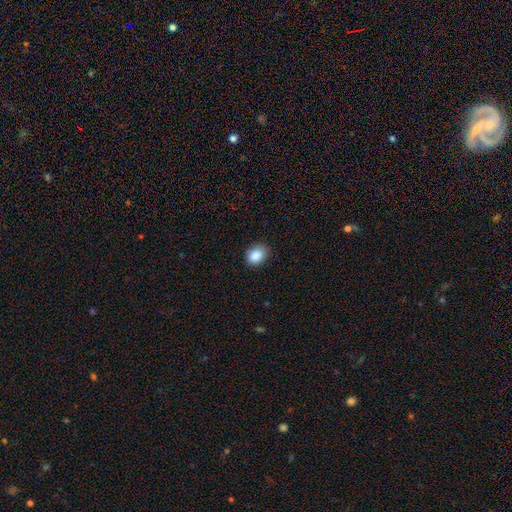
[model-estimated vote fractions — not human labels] Smooth or featured: smooth — 88% (star or artifact — 9%)
How rounded: in between — 57% (round — 42%)
Merging: none — 82% (minor disturbance — 15%)